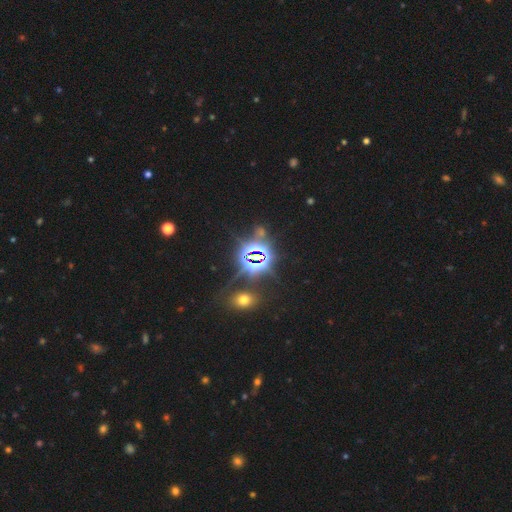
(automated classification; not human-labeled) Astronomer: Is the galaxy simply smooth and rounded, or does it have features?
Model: star or artifact — 82%.